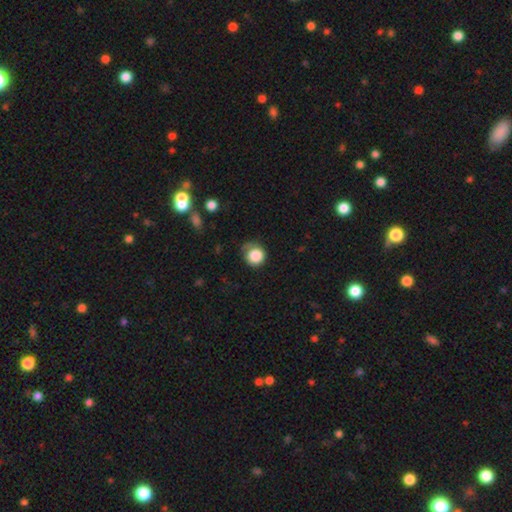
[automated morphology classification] A smooth galaxy with no disk features (85%) that is round (88%). Merging: none (53%).